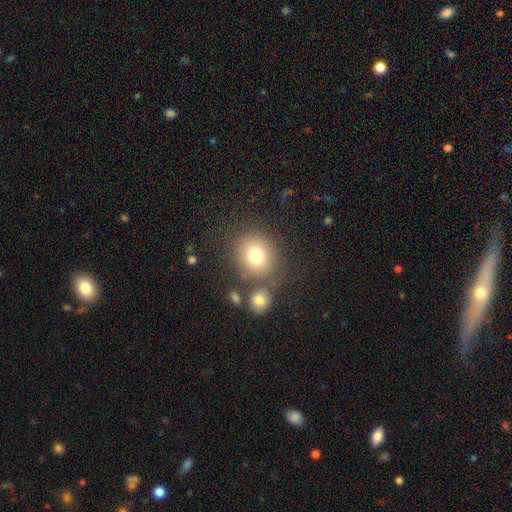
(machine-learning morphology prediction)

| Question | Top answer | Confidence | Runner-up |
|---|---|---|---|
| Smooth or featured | smooth | 77% | star or artifact (12%) |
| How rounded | round | 82% | in between (17%) |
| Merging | none | 75% | minor disturbance (10%) |